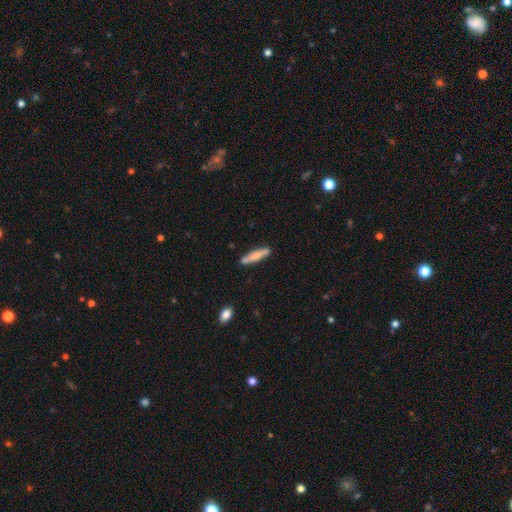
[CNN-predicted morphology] smooth 70%, featured or disk 24%, star or artifact 6%. Down the decision tree: how rounded — cigar-shaped (88%); merging — none (81%).